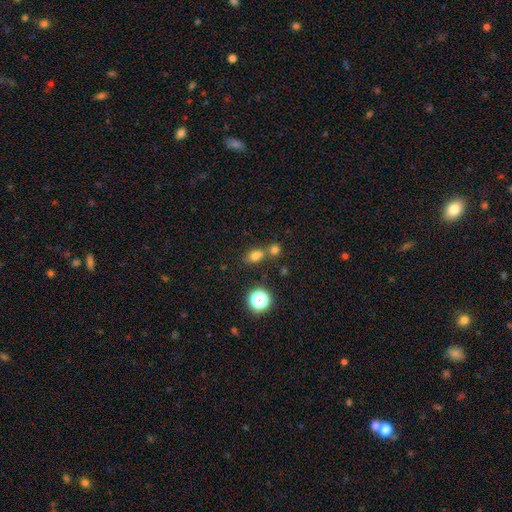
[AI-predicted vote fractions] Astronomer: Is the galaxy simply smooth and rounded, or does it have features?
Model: smooth — 69%.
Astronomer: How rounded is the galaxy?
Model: in between — 55% (runner-up: round, 43%).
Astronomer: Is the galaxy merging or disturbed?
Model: none — 50% (runner-up: merger, 35%).